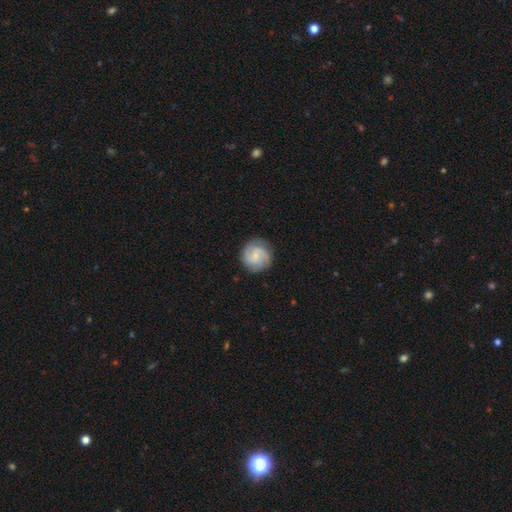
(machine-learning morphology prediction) Smooth or featured: featured or disk — 60% (smooth — 34%)
Edge-on disk: no — 98% (yes — 2%)
Bar: no — 55% (weak — 39%)
Spiral arms: yes — 94% (no — 6%)
Spiral winding: tight — 48% (medium — 40%)
Spiral arm count: 2 — 44% (3 — 26%)
Bulge size: small — 64% (moderate — 21%)
Merging: none — 85% (minor disturbance — 11%)